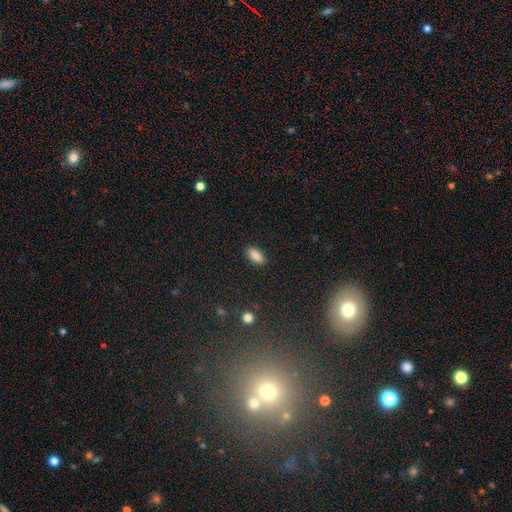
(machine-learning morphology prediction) This appears to be a smooth galaxy with no disk features (87%) that is in between round and cigar-shaped (87%). Merging: none (89%).